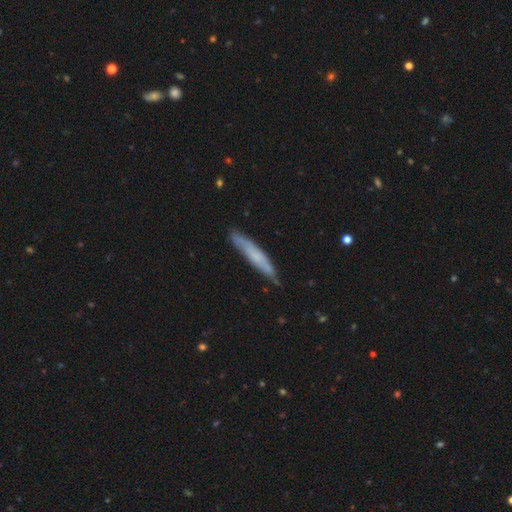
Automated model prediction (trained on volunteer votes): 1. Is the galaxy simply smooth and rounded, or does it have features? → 58% smooth, 36% featured or disk, 6% star or artifact.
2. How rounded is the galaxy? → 92% cigar-shaped, 7% in between, 1% round.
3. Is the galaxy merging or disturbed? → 77% none, 18% minor disturbance, 3% major disturbance, 2% merger.